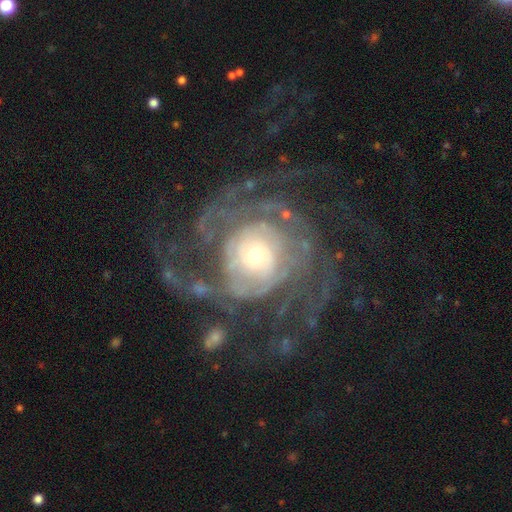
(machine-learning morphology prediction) Smooth or featured? featured or disk (85%)
Edge-on disk? no (97%)
Bar? no (80%)
Spiral arms? yes (88%)
Spiral winding? tight (50%)
Spiral arm count? can't tell (32%)
Bulge size? small (50%)
Merging? none (49%)